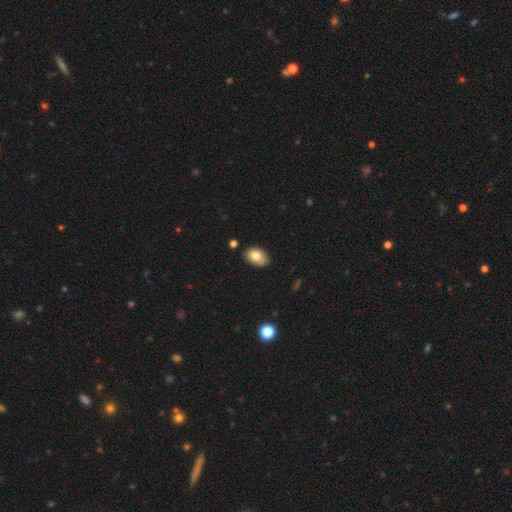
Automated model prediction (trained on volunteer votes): smooth 78%, featured or disk 15%, star or artifact 8%. Down the decision tree: how rounded — in between (86%); merging — none (72%).